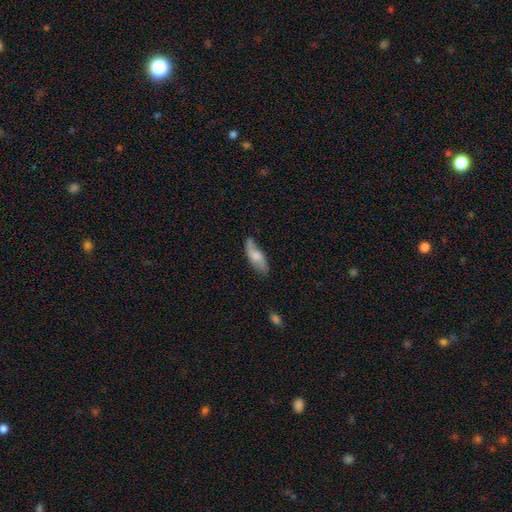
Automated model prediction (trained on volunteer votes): Overall: smooth (60%; featured or disk 34%). How rounded: in between (66%; cigar-shaped 31%). Merging: none (63%; minor disturbance 27%).